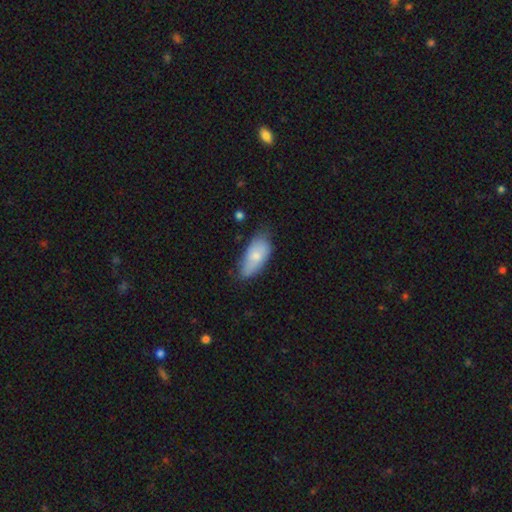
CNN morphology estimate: type=smooth (73%); roundness=in between (89%); merging=none (59%).